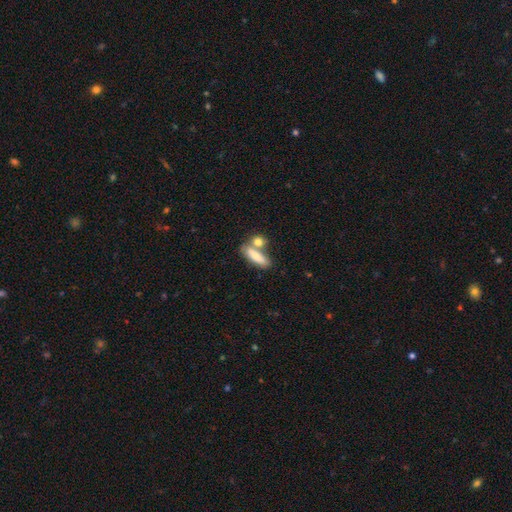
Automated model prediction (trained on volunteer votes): A smooth galaxy with no disk features (76%) that is in between round and cigar-shaped (51%). Merging: none (44%).